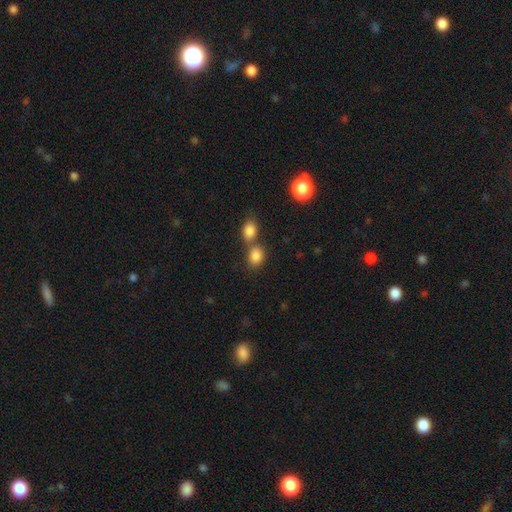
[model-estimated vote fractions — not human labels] The model was most divided on "merging": merger: 48%, none: 40%, minor disturbance: 9%, major disturbance: 4%. More confident: smooth or featured — smooth (84%); how rounded — in between (59%).